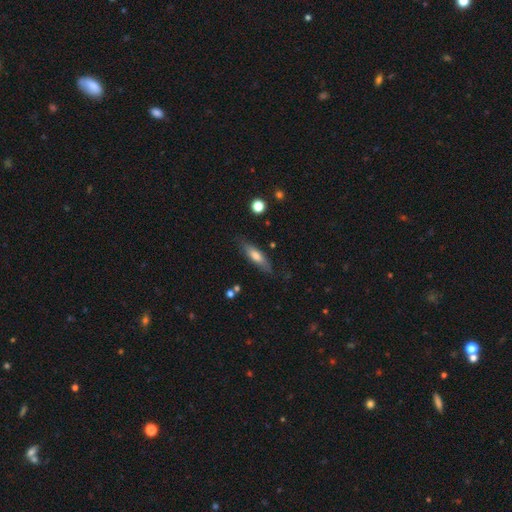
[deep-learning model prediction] Smooth or featured: smooth — 64% (featured or disk — 30%)
How rounded: cigar-shaped — 61% (in between — 37%)
Merging: none — 80% (minor disturbance — 15%)